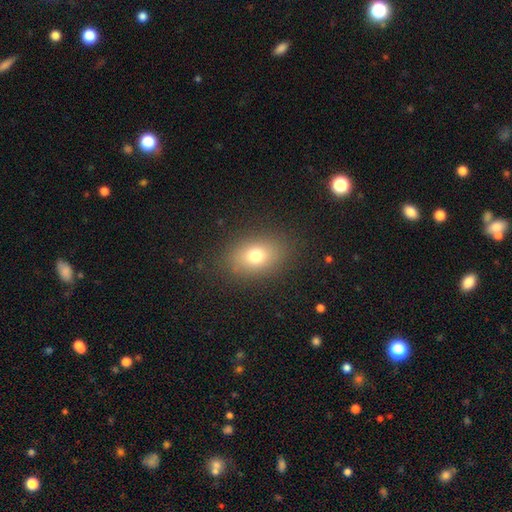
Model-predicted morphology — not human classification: Overall: smooth (75%). How rounded: in between (72%). Merging: none (85%).